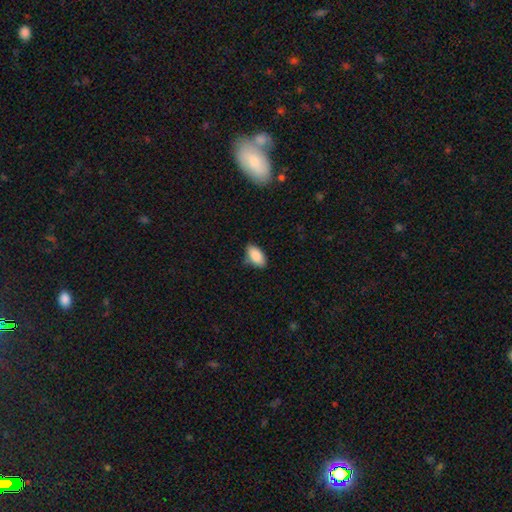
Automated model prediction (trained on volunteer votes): Smooth or featured: smooth — 89% (star or artifact — 7%)
How rounded: in between — 93% (cigar-shaped — 4%)
Merging: none — 79% (minor disturbance — 17%)